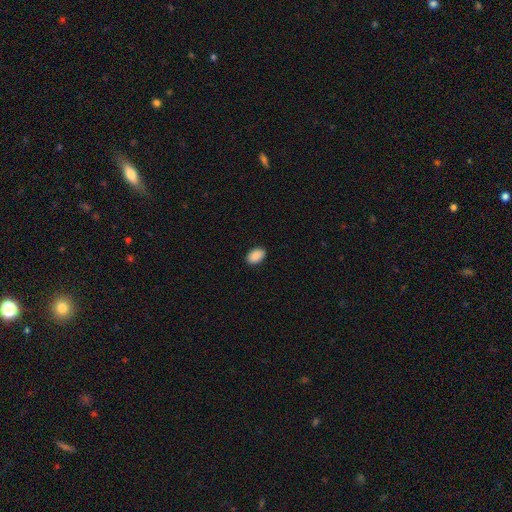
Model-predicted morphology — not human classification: Smooth or featured: smooth — 90% (star or artifact — 7%)
How rounded: in between — 89% (round — 10%)
Merging: none — 90% (minor disturbance — 8%)